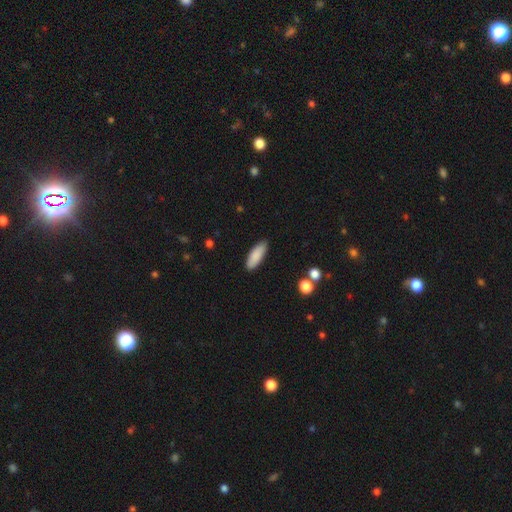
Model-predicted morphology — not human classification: Q: Smooth or featured?
A: smooth (87%); runner-up: featured or disk (7%)
Q: How rounded?
A: in between (63%); runner-up: cigar-shaped (35%)
Q: Merging?
A: none (86%); runner-up: minor disturbance (11%)